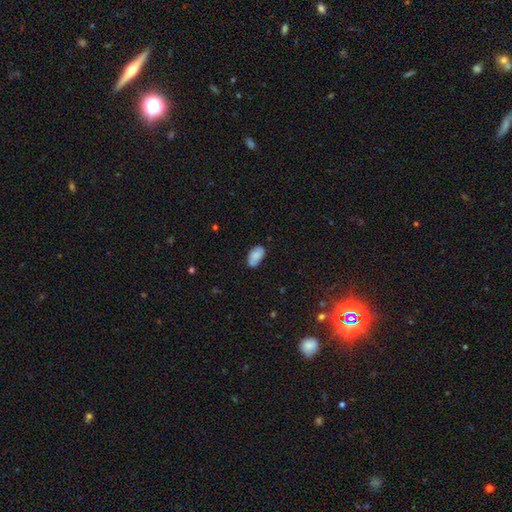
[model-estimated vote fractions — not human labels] This appears to be a smooth galaxy with no disk features (77%) that is in between round and cigar-shaped (94%). Merging: none (65%).